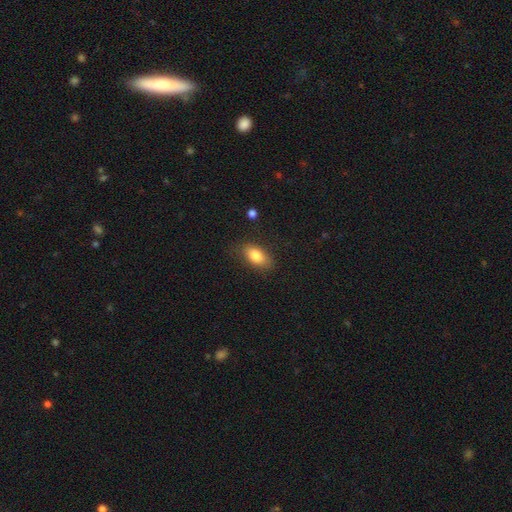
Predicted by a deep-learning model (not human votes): This is clearly a smooth galaxy (83%). How rounded: clearly in between (88%). Merging: clearly none (80%).